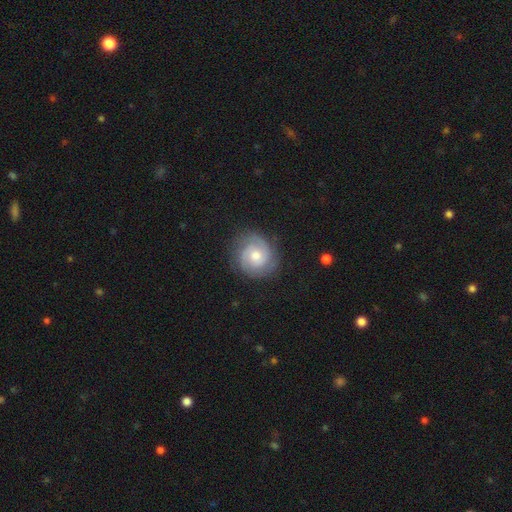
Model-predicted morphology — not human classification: Smooth or featured? Predicted: featured or disk (p=0.74). Edge-on disk? Predicted: no (p=0.98). Bar? Predicted: no (p=0.71). Spiral arms? Predicted: yes (p=0.94). Spiral winding? Predicted: tight (p=0.64). Spiral arm count? Predicted: 2 (p=0.53). Bulge size? Predicted: moderate (p=0.66). Merging? Predicted: none (p=0.81).